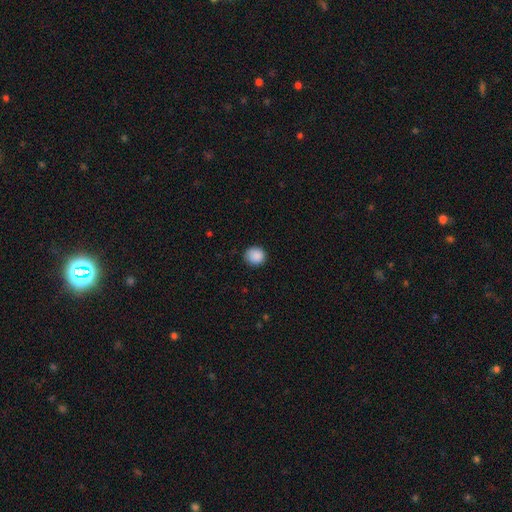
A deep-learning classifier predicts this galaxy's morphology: Smooth or featured? Predicted: smooth (p=0.89). How rounded? Predicted: round (p=0.87). Merging? Predicted: none (p=0.87).